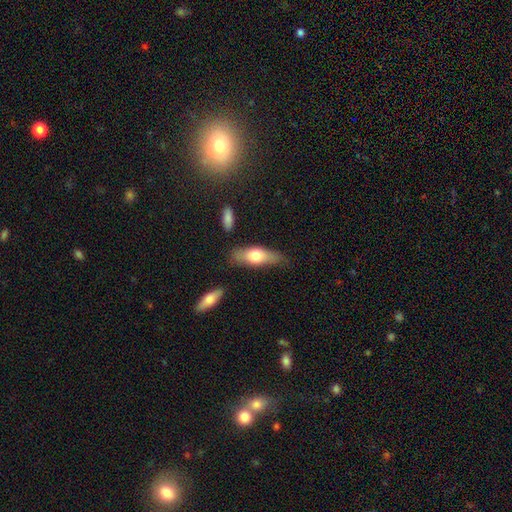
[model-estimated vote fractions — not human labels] smooth-or-featured: smooth: 64% | featured or disk: 30% | star or artifact: 6%
  how-rounded: in between: 62% | cigar-shaped: 35% | round: 3%
  merging: none: 71% | minor disturbance: 20% | major disturbance: 5% | merger: 4%